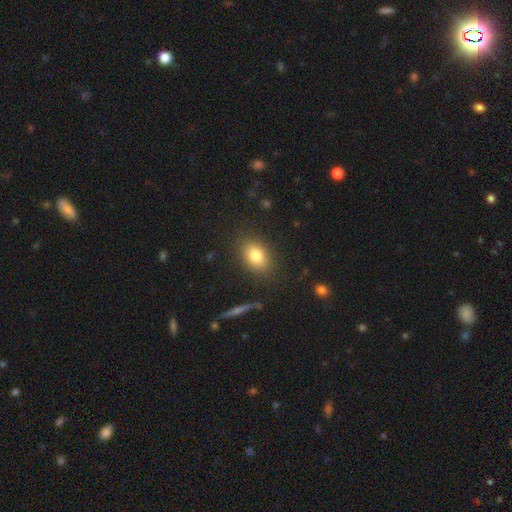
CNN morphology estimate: This is likely a smooth galaxy (79%). How rounded: likely in between (76%). Merging: clearly none (85%).